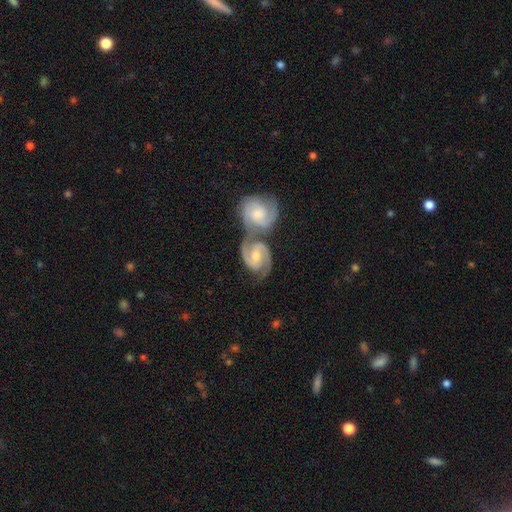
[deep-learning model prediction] A featured or disk galaxy (90%) with a weak bar (48%), 2 (92%) medium (58%) spiral arms (98%) and a moderate central bulge (57%). Merging: merger (61%).